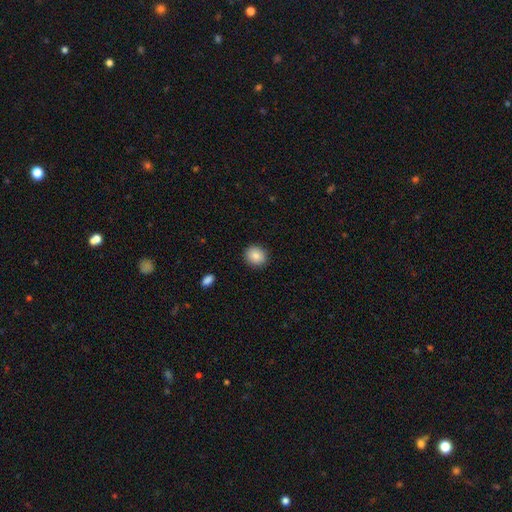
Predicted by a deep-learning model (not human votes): The model was most divided on "how rounded": round: 78%, in between: 21%, cigar-shaped: 1%. More confident: merging — none (90%); smooth or featured — smooth (85%).